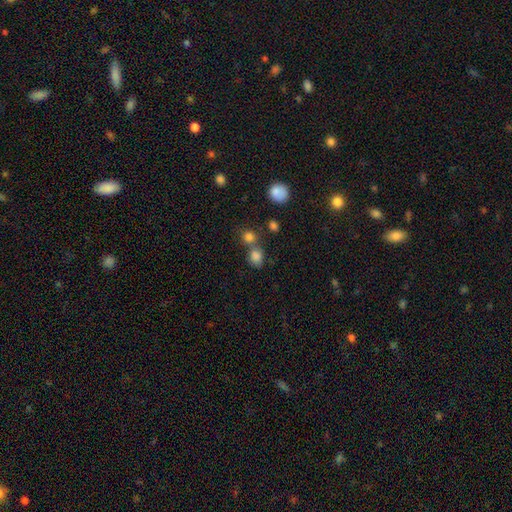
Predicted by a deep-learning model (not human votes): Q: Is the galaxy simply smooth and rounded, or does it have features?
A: smooth — 81%.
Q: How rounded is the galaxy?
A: round — 63%.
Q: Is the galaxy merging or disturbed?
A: none — 51%.